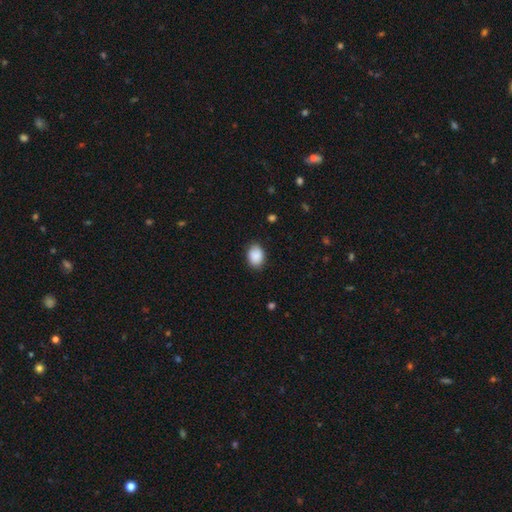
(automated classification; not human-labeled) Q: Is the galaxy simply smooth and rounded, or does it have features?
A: smooth — 90%.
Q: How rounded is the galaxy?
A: in between — 78%.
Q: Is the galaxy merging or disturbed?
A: none — 85%.